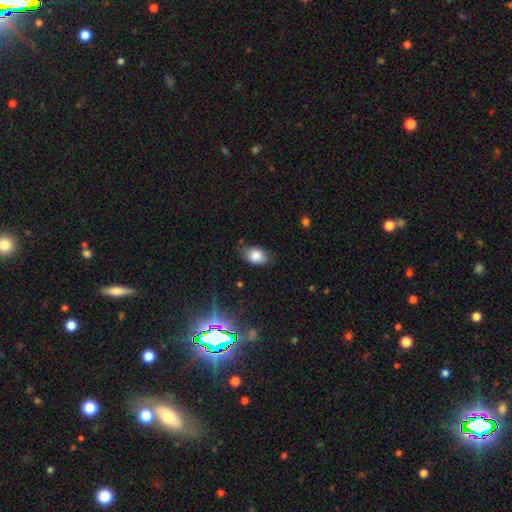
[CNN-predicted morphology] Smooth or featured?
  - smooth: 82% *
  - star or artifact: 9%
  - featured or disk: 8%
How rounded?
  - in between: 83% *
  - round: 15%
  - cigar-shaped: 2%
Merging?
  - none: 71% *
  - minor disturbance: 23%
  - major disturbance: 4%
  - merger: 2%